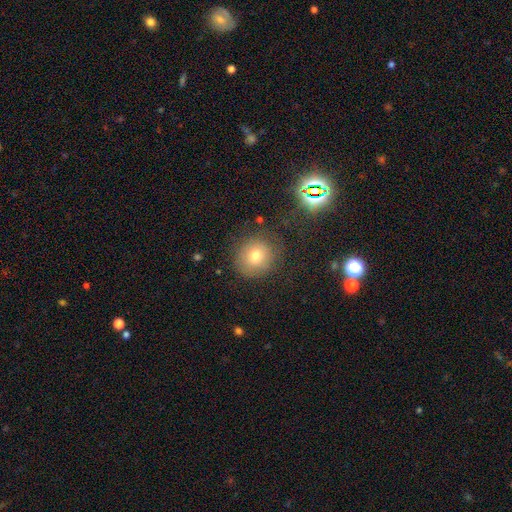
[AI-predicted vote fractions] Q: Smooth or featured?
A: smooth (73%); runner-up: featured or disk (14%)
Q: How rounded?
A: round (84%); runner-up: in between (15%)
Q: Merging?
A: none (78%); runner-up: minor disturbance (13%)